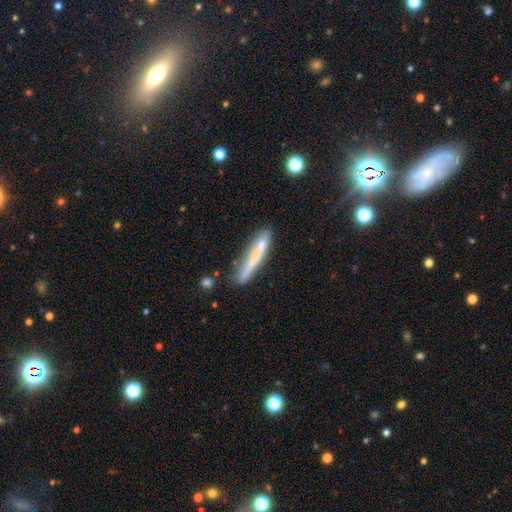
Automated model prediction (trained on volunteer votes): Q: Smooth or featured?
A: smooth (57%); runner-up: featured or disk (34%)
Q: How rounded?
A: cigar-shaped (95%); runner-up: in between (4%)
Q: Merging?
A: none (74%); runner-up: minor disturbance (17%)